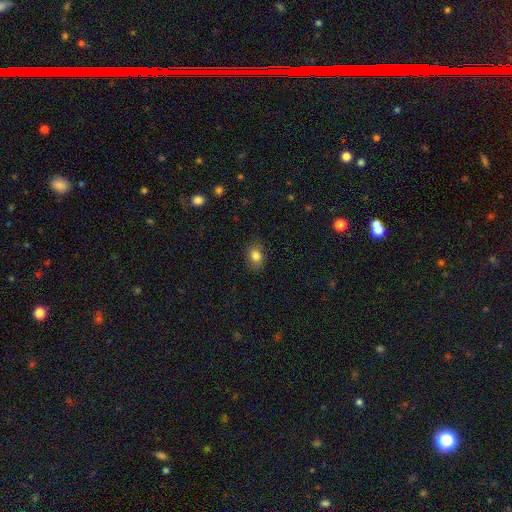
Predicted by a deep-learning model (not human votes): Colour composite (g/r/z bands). It shows a smooth galaxy with no disk features (81%) that is in between round and cigar-shaped (63%). Merging: none (83%).